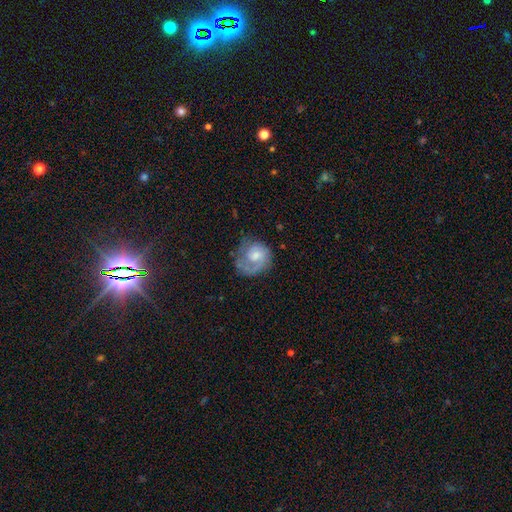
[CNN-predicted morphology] Smooth or featured? Predicted: featured or disk (p=0.61). Edge-on disk? Predicted: no (p=0.98). Bar? Predicted: no (p=0.65). Spiral arms? Predicted: yes (p=0.83). Bulge size? Predicted: moderate (p=0.48). Merging? Predicted: none (p=0.53).